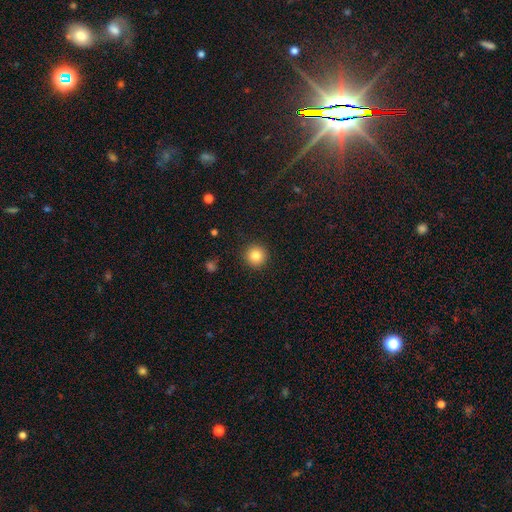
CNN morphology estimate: Smooth or featured? smooth (83%)
How rounded? round (96%)
Merging? none (92%)